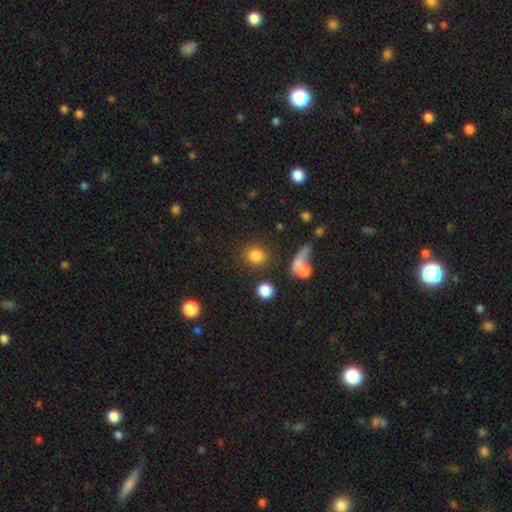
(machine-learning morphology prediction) Smooth or featured? smooth (81%)
How rounded? round (75%)
Merging? none (78%)